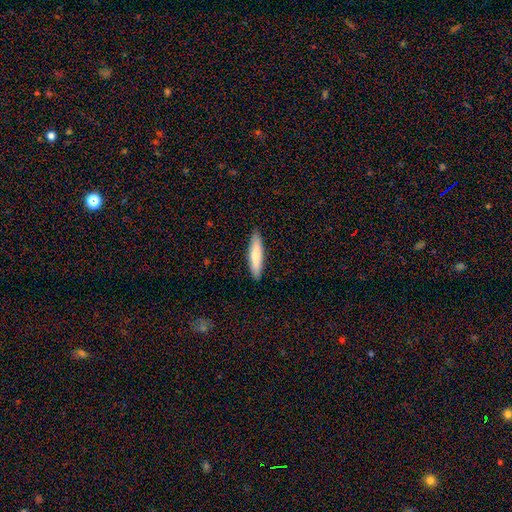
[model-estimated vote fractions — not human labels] Q: Smooth or featured?
A: smooth (74%); runner-up: featured or disk (20%)
Q: How rounded?
A: cigar-shaped (83%); runner-up: in between (16%)
Q: Merging?
A: none (90%); runner-up: minor disturbance (8%)